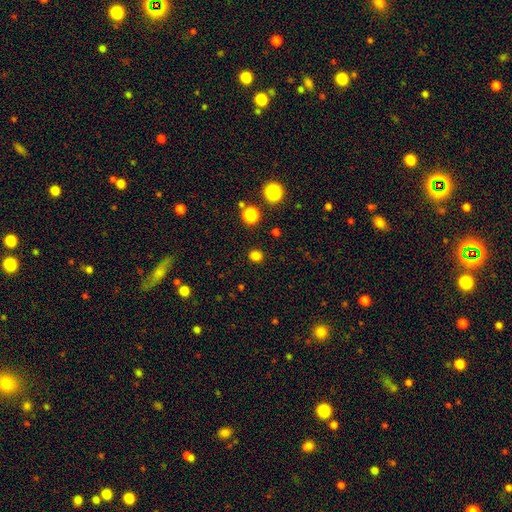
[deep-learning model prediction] Overall: smooth (79%). How rounded: round (79%). Merging: none (89%).